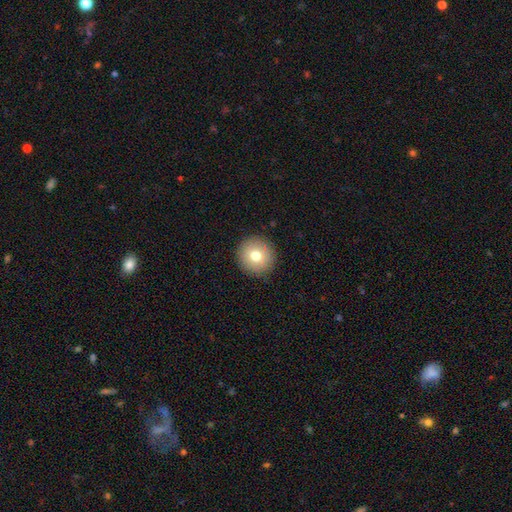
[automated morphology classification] Q: Smooth or featured?
A: smooth (75%); runner-up: featured or disk (14%)
Q: How rounded?
A: round (95%); runner-up: in between (4%)
Q: Merging?
A: none (92%); runner-up: minor disturbance (5%)